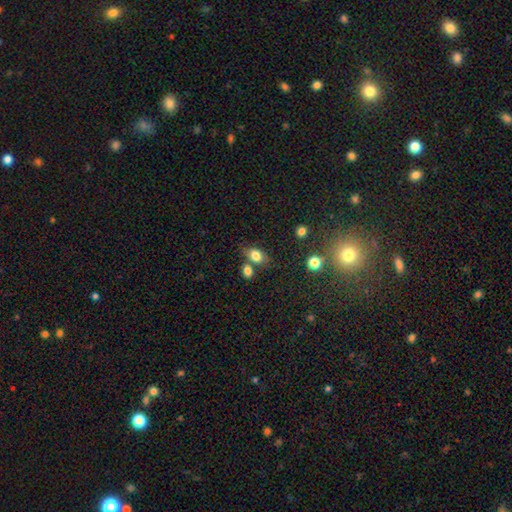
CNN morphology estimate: smooth_or_featured: smooth (p=0.80) [alt: star or artifact p=0.10]
how_rounded: in between (p=0.80) [alt: round p=0.18]
merging: none (p=0.59) [alt: merger p=0.21]